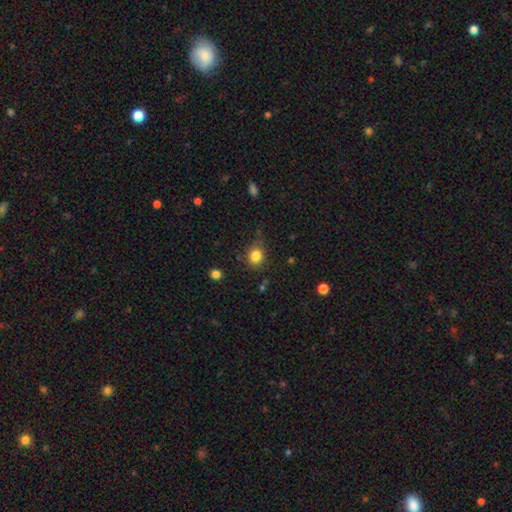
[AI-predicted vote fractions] This is clearly a smooth galaxy (83%). How rounded: likely round (76%). Merging: likely none (74%).